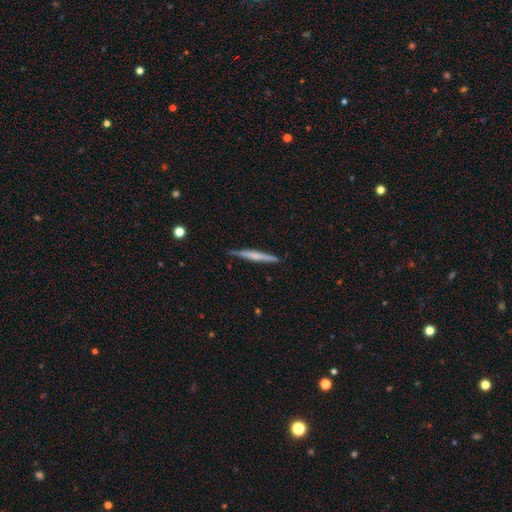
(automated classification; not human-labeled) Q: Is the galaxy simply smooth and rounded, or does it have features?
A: smooth — 48%.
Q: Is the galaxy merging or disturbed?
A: none — 88%.